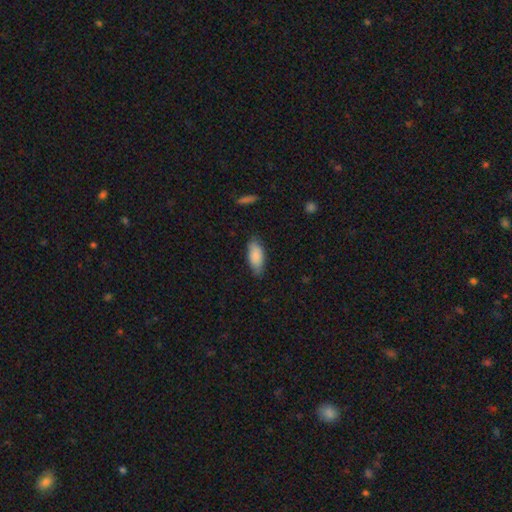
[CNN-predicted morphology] type=smooth (86%); roundness=in between (85%); merging=none (76%).